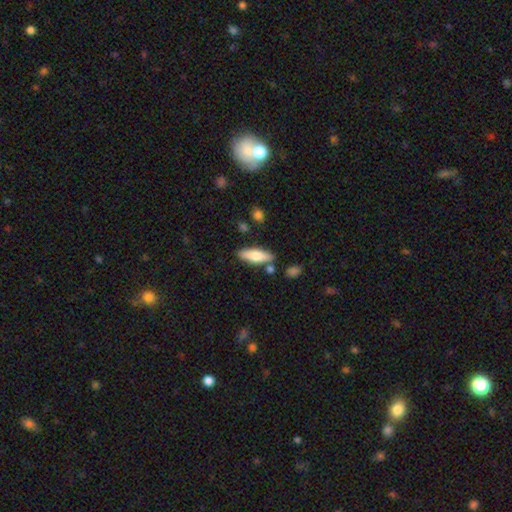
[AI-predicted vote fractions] The model was most divided on "how rounded": in between: 50%, cigar-shaped: 47%, round: 2%. More confident: merging — none (80%); smooth or featured — smooth (62%).